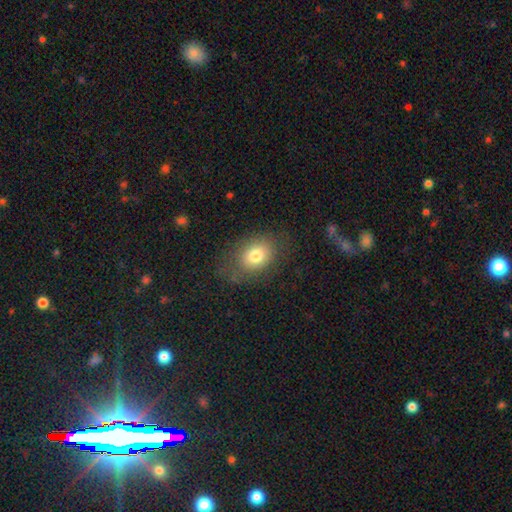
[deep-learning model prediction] Smooth or featured? Predicted: smooth (p=0.77). How rounded? Predicted: in between (p=0.61). Merging? Predicted: none (p=0.72).